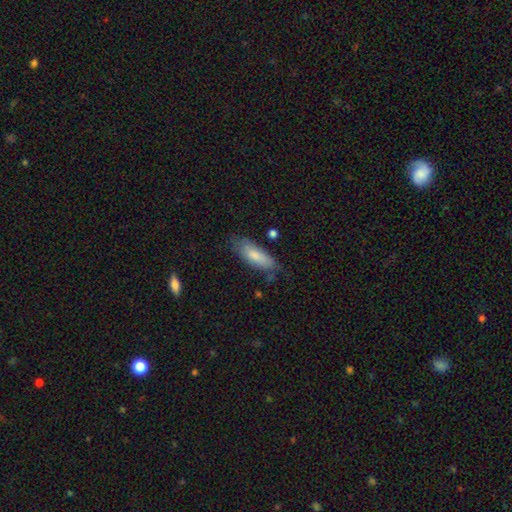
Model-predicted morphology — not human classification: Q: Smooth or featured?
A: smooth (80%); runner-up: featured or disk (14%)
Q: How rounded?
A: in between (66%); runner-up: cigar-shaped (32%)
Q: Merging?
A: none (66%); runner-up: minor disturbance (25%)